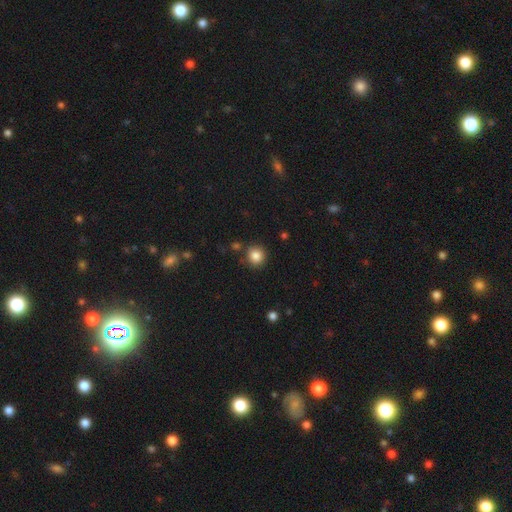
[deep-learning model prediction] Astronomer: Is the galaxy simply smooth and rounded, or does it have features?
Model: smooth — 85%.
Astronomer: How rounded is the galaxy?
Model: round — 89%.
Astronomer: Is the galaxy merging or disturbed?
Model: none — 84%.